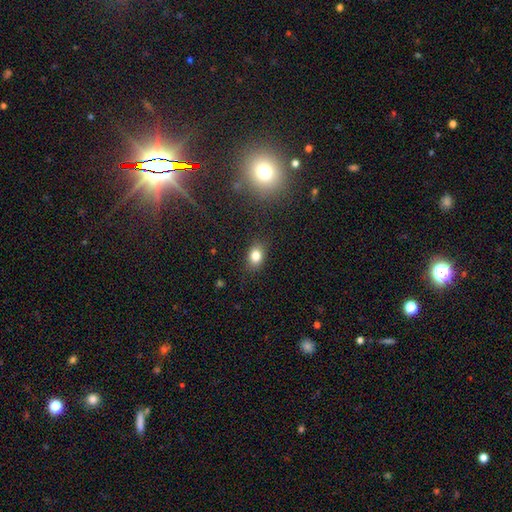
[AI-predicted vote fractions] This is clearly a smooth galaxy (82%). How rounded: likely in between (74%). Merging: clearly none (84%).